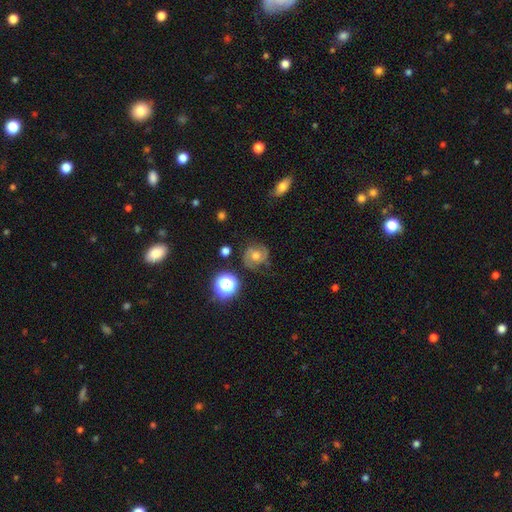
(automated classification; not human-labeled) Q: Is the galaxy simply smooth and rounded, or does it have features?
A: featured or disk — 69%.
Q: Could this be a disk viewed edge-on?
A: no — 98%.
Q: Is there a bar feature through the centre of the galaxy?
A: no — 65%.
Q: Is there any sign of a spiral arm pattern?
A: yes — 94%.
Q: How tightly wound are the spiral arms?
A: medium — 47%.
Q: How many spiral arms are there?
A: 2 — 83%.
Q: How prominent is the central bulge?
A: moderate — 69%.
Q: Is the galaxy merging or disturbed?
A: none — 78%.